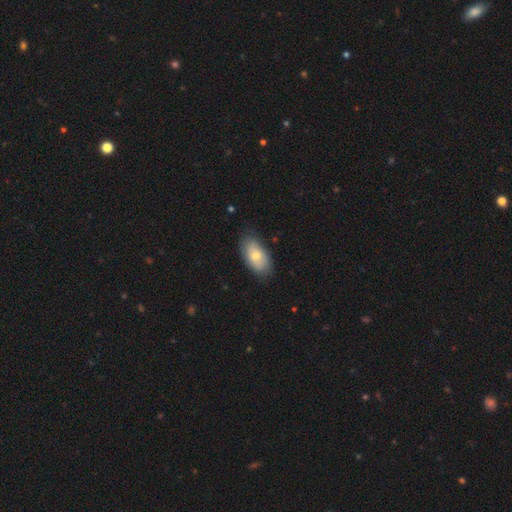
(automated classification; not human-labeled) A smooth galaxy with no disk features (66%) that is in between round and cigar-shaped (93%). Merging: none (80%).